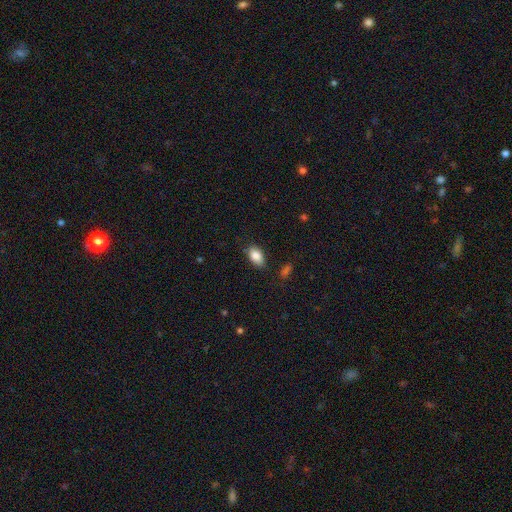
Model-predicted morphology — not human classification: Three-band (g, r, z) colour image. It shows a smooth galaxy with no disk features (86%) that is in between round and cigar-shaped (90%). Merging: none (79%).